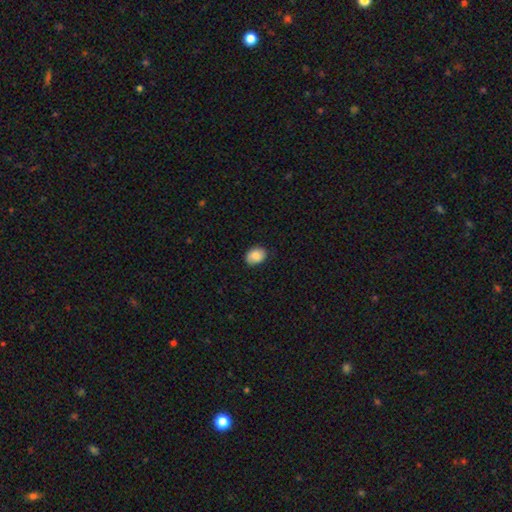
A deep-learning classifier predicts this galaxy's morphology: Smooth or featured? smooth (85%)
How rounded? in between (66%)
Merging? none (84%)